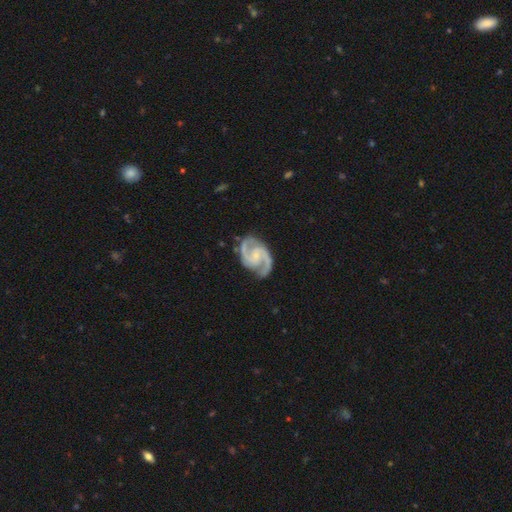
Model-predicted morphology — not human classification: This is clearly a featured or disk galaxy (93%). It is clearly not viewed edge-on (98%). Bar: possibly no (51%). Spiral arm pattern: clearly yes (98%). Spiral arm count: clearly 2 (94%). Spiral winding: likely medium (61%). Central bulge: likely small (62%). Merging: clearly none (80%).